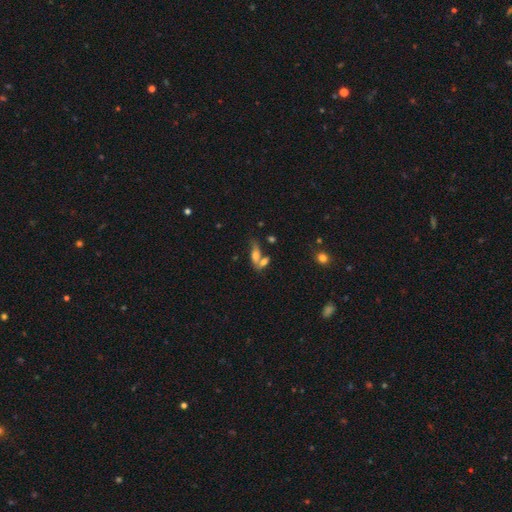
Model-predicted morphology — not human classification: type=smooth (63%); roundness=in between (65%); merging=merger (47%).